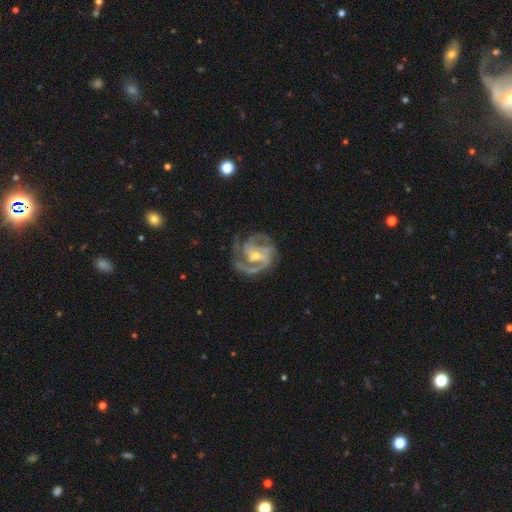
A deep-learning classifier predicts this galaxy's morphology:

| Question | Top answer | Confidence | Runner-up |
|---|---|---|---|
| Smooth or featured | featured or disk | 92% | star or artifact (4%) |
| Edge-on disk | no | 98% | yes (2%) |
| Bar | weak | 43% | no (33%) |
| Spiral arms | yes | 98% | no (2%) |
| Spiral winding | medium | 50% | tight (41%) |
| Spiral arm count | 3 | 48% | 2 (26%) |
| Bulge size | small | 51% | moderate (46%) |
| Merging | none | 72% | minor disturbance (17%) |